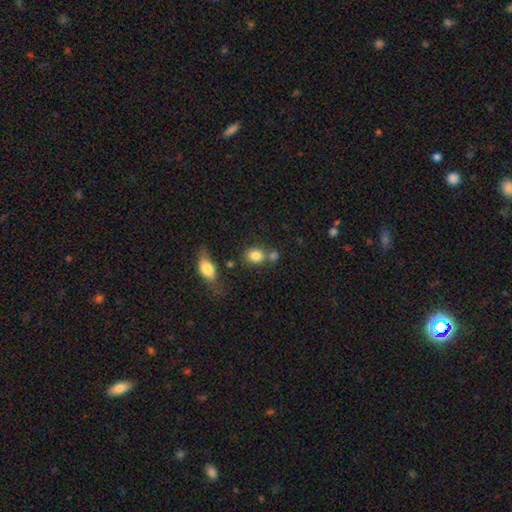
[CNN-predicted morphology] type=smooth (83%); roundness=round (49%, tied with in between); merging=none (54%).